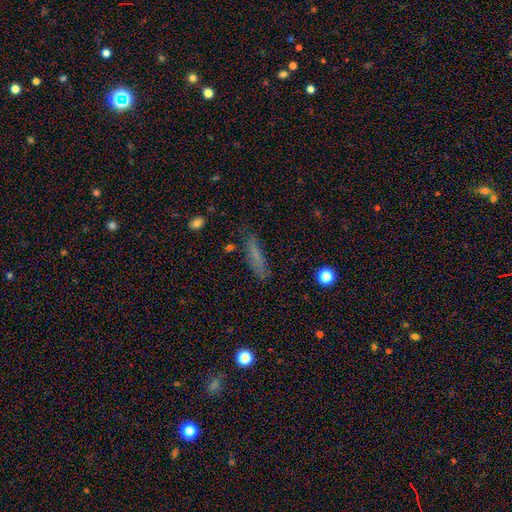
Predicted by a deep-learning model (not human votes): smooth_or_featured: smooth (p=0.66) [alt: featured or disk p=0.21]
how_rounded: cigar-shaped (p=0.80) [alt: in between p=0.17]
merging: none (p=0.72) [alt: minor disturbance p=0.19]